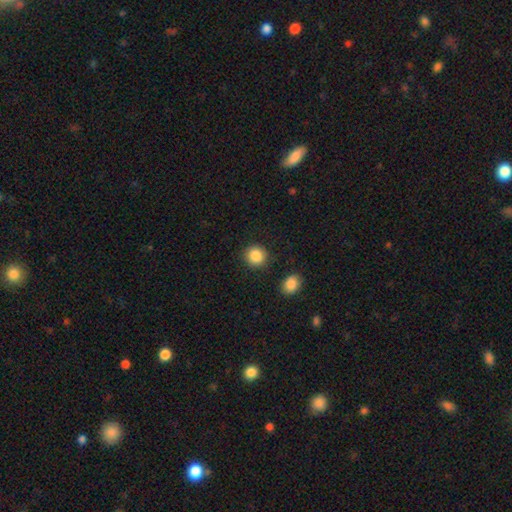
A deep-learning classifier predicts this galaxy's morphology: A smooth galaxy with no disk features (88%) that is round (90%).

Vote fractions:
- Smooth or featured? smooth: 88% / star or artifact: 9% / featured or disk: 4%
- How rounded? round: 90% / in between: 9% / cigar-shaped: 1%
- Merging? none: 88% / minor disturbance: 7% / merger: 3% / major disturbance: 2%